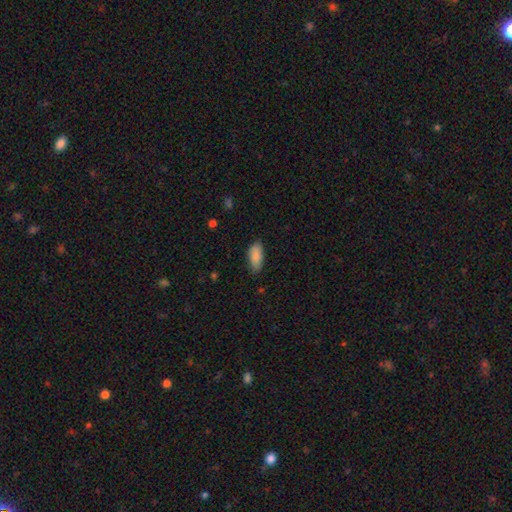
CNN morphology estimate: A smooth galaxy with no disk features (87%) that is in between round and cigar-shaped (88%). Merging: none (77%).